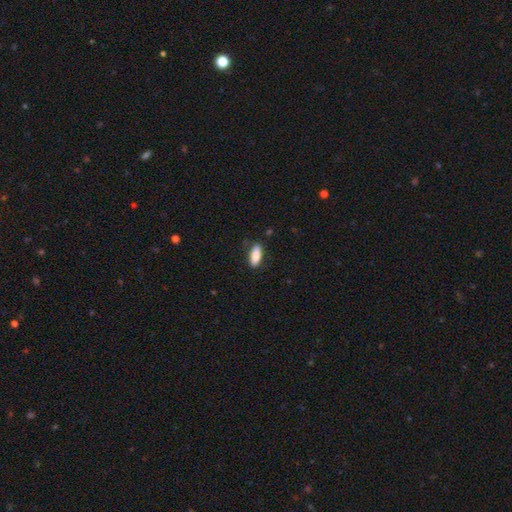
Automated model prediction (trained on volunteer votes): smooth-or-featured: smooth: 82% | featured or disk: 12% | star or artifact: 6%
  how-rounded: in between: 76% | cigar-shaped: 22% | round: 2%
  merging: none: 84% | minor disturbance: 12% | major disturbance: 2% | merger: 1%